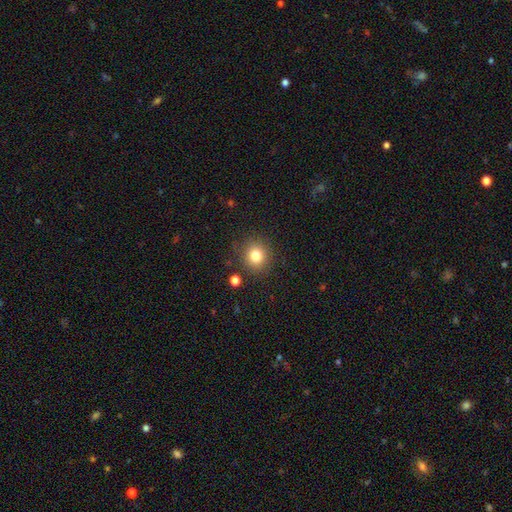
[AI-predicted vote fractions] The model was most divided on "smooth or featured": smooth: 80%, star or artifact: 12%, featured or disk: 7%. More confident: how rounded — round (90%); merging — none (87%).